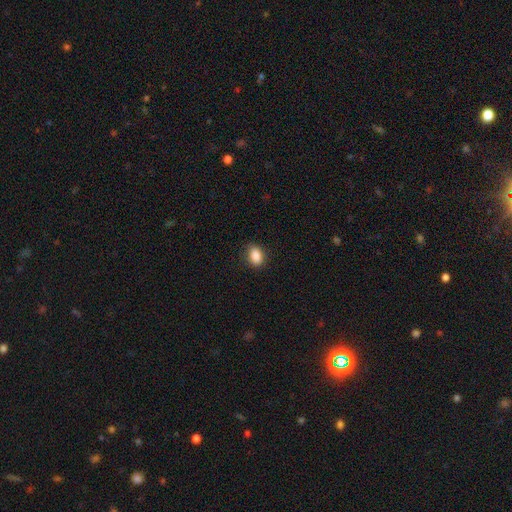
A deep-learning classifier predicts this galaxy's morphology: A smooth galaxy with no disk features (88%) that is in between round and cigar-shaped (82%). Merging: none (84%).